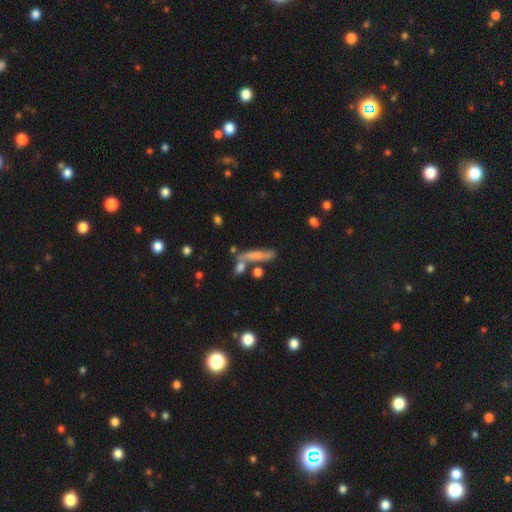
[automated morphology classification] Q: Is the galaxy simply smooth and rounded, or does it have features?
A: smooth — 59%.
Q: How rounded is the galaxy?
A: cigar-shaped — 74%.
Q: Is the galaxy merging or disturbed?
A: none — 52%.